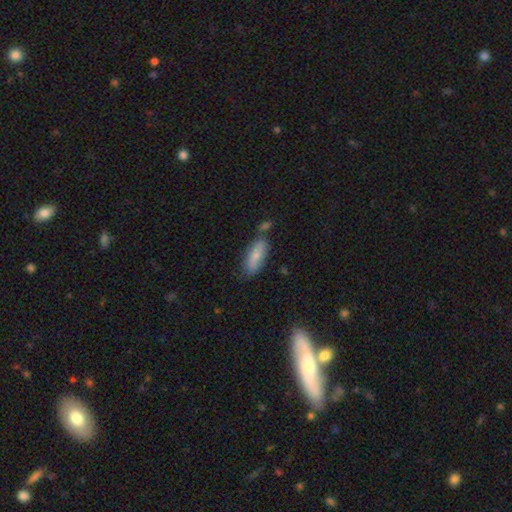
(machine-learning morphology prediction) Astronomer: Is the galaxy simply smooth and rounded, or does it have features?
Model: smooth — 70%.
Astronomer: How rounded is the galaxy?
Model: in between — 73%.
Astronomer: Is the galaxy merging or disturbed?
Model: none — 66%.